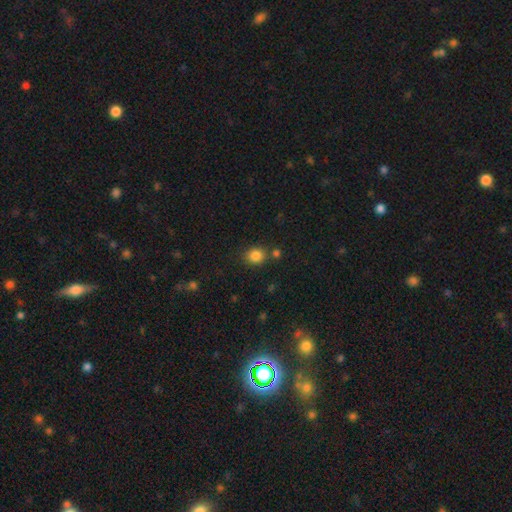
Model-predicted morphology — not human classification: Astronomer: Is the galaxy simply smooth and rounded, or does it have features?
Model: smooth — 84%.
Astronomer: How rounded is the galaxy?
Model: round — 69%.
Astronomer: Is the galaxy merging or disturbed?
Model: none — 75%.